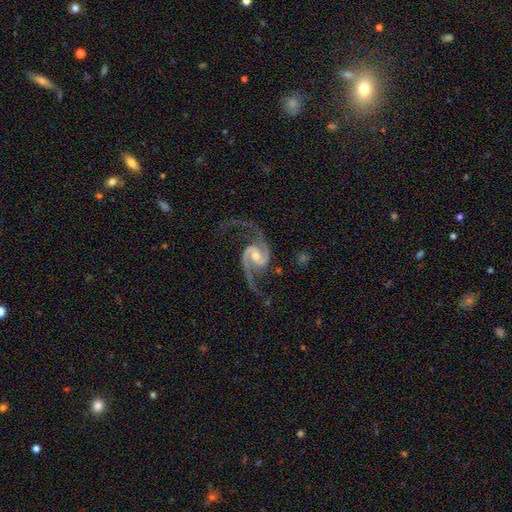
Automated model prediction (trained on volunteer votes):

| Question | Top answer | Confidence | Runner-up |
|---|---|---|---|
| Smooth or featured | featured or disk | 94% | star or artifact (4%) |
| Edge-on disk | no | 98% | yes (2%) |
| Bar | no | 43% | weak (41%) |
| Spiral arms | yes | 99% | no (1%) |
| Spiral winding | medium | 49% | loose (41%) |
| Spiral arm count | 2 | 95% | can't tell (1%) |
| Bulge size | moderate | 64% | small (29%) |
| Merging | none | 73% | minor disturbance (14%) |